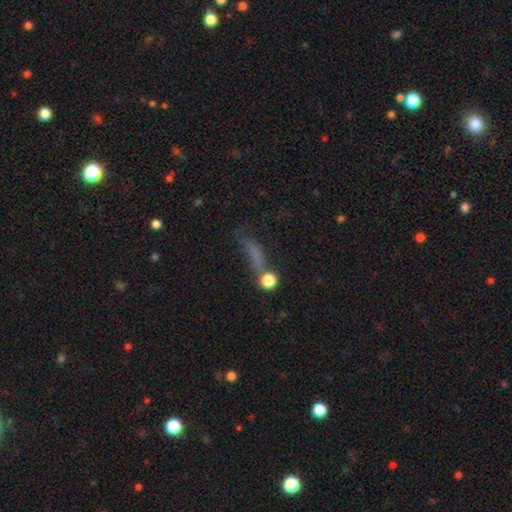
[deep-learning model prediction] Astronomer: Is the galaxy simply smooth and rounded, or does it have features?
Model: smooth — 56%.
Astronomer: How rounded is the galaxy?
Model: cigar-shaped — 59%.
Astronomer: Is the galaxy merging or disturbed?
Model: none — 45% (runner-up: major disturbance, 22%).